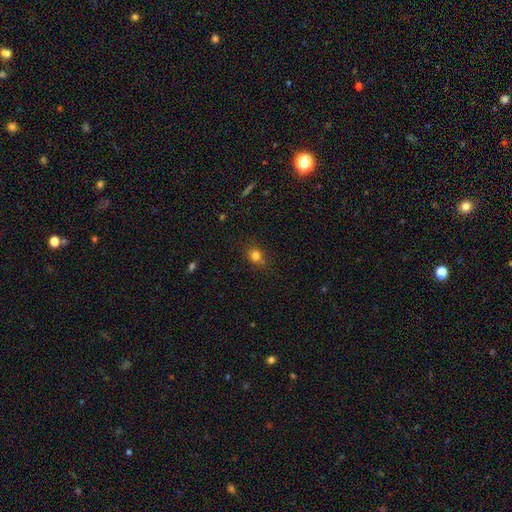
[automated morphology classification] Q: Smooth or featured?
A: smooth (79%); runner-up: star or artifact (14%)
Q: How rounded?
A: round (72%); runner-up: in between (26%)
Q: Merging?
A: none (79%); runner-up: minor disturbance (14%)